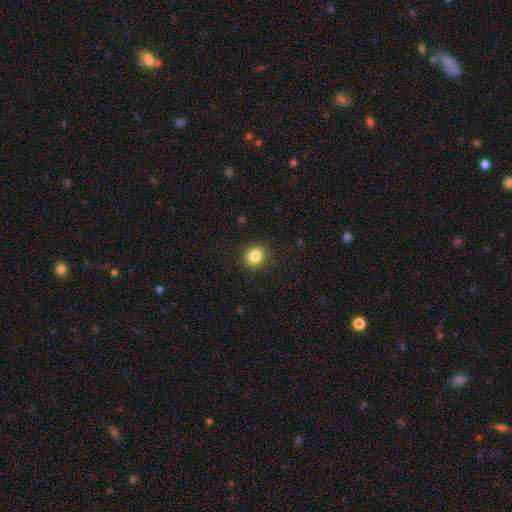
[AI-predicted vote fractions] Smooth or featured?
  - smooth: 85% *
  - star or artifact: 10%
  - featured or disk: 5%
How rounded?
  - round: 77% *
  - in between: 22%
  - cigar-shaped: 1%
Merging?
  - none: 89% *
  - minor disturbance: 7%
  - major disturbance: 2%
  - merger: 1%